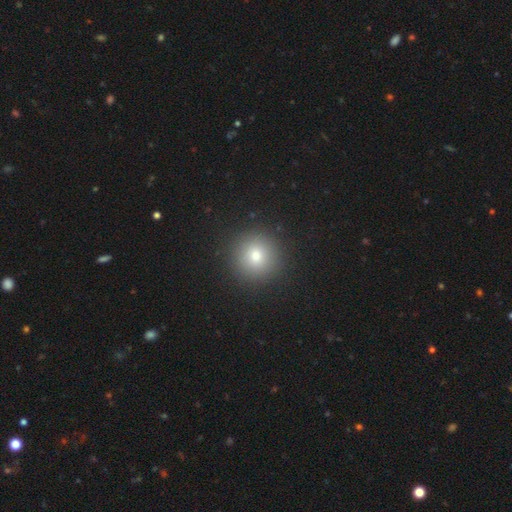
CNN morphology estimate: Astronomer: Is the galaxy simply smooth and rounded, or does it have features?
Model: smooth — 77%.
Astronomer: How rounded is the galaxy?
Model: round — 95%.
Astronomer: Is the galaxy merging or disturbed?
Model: none — 92%.